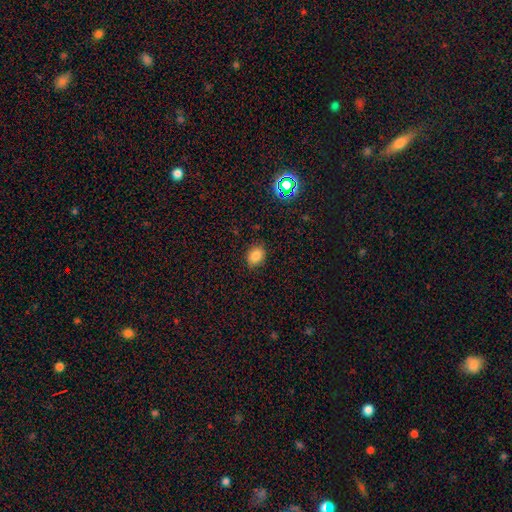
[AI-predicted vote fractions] Smooth or featured: smooth — 83% (star or artifact — 11%)
How rounded: in between — 64% (round — 35%)
Merging: none — 87% (minor disturbance — 10%)